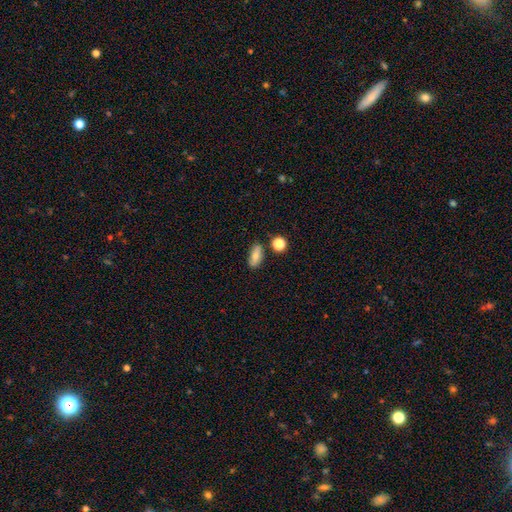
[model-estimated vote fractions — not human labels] Q: Smooth or featured?
A: smooth (69%); runner-up: featured or disk (21%)
Q: How rounded?
A: in between (78%); runner-up: cigar-shaped (13%)
Q: Merging?
A: none (77%); runner-up: minor disturbance (14%)